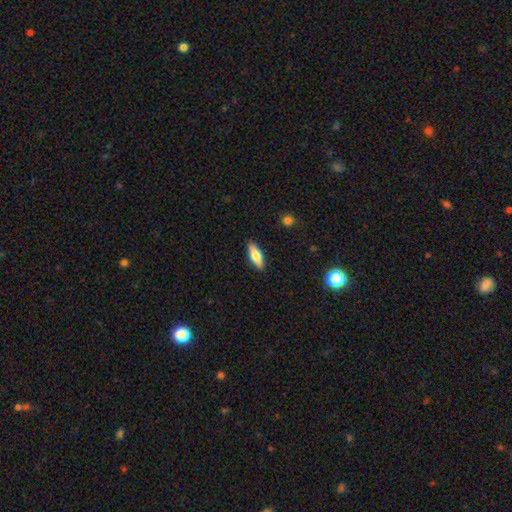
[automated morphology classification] A smooth galaxy with no disk features (69%) that is in between round and cigar-shaped (60%).

Vote fractions:
- Smooth or featured? smooth: 69% / featured or disk: 24% / star or artifact: 6%
- How rounded? in between: 60% / cigar-shaped: 38% / round: 2%
- Merging? none: 88% / minor disturbance: 9% / major disturbance: 2% / merger: 1%